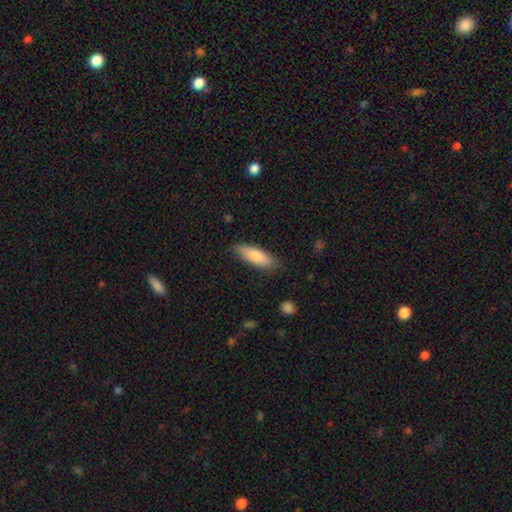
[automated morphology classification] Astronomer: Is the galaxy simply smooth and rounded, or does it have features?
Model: smooth — 80%.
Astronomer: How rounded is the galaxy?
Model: in between — 50% (runner-up: cigar-shaped, 48%).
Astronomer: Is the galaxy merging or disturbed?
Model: none — 85%.